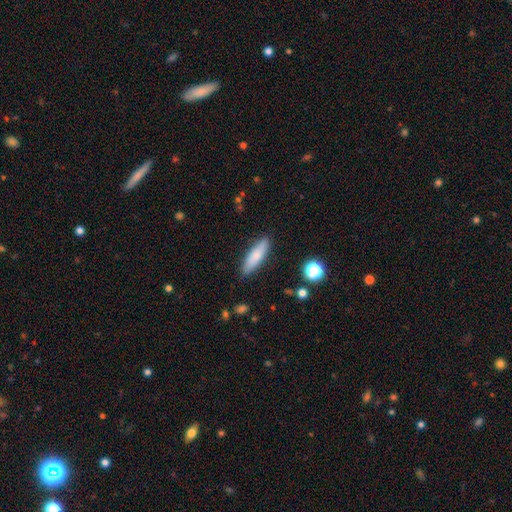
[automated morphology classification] A smooth galaxy with no disk features (78%) that is cigar-shaped (60%).

Vote fractions:
- Smooth or featured? smooth: 78% / featured or disk: 16% / star or artifact: 6%
- How rounded? cigar-shaped: 60% / in between: 38% / round: 2%
- Merging? none: 87% / minor disturbance: 10% / major disturbance: 2% / merger: 1%